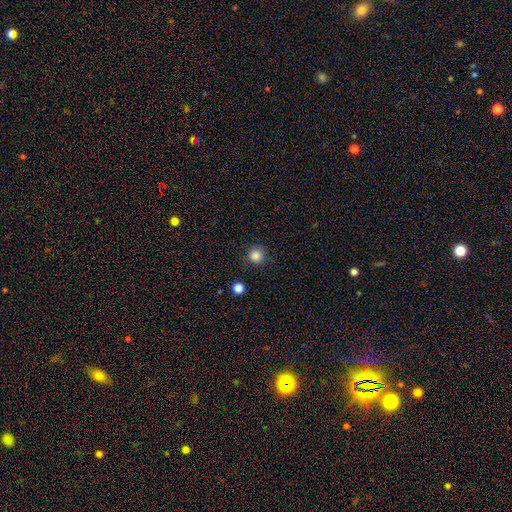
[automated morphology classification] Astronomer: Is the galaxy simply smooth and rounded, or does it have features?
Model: smooth — 84%.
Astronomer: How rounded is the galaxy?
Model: round — 94%.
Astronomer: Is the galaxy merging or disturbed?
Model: none — 87%.